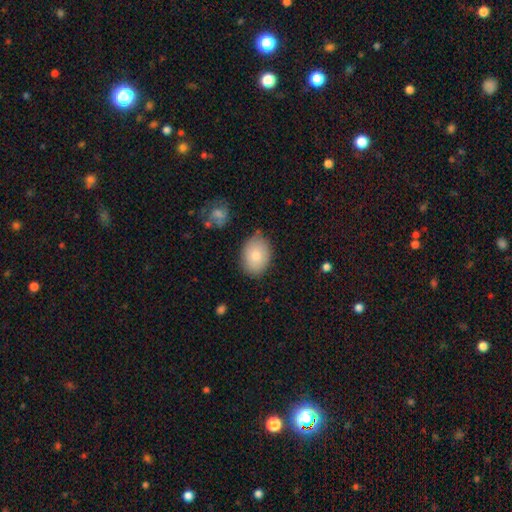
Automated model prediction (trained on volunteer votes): smooth_or_featured: smooth (p=0.81) [alt: featured or disk p=0.12]
how_rounded: in between (p=0.76) [alt: round p=0.23]
merging: none (p=0.78) [alt: minor disturbance p=0.17]